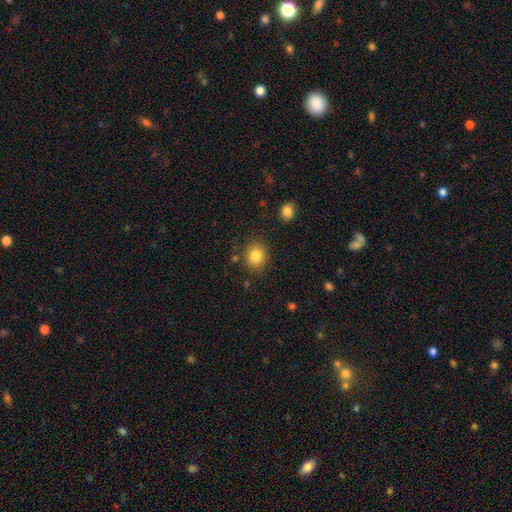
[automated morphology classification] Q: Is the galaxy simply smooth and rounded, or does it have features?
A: smooth — 83%.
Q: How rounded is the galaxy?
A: round — 68%.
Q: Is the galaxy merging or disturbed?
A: none — 85%.